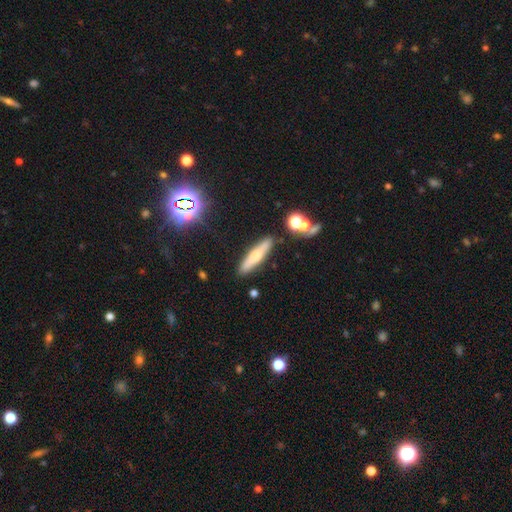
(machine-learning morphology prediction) smooth_or_featured: smooth (p=0.47) [alt: featured or disk p=0.45]
merging: none (p=0.85) [alt: minor disturbance p=0.09]